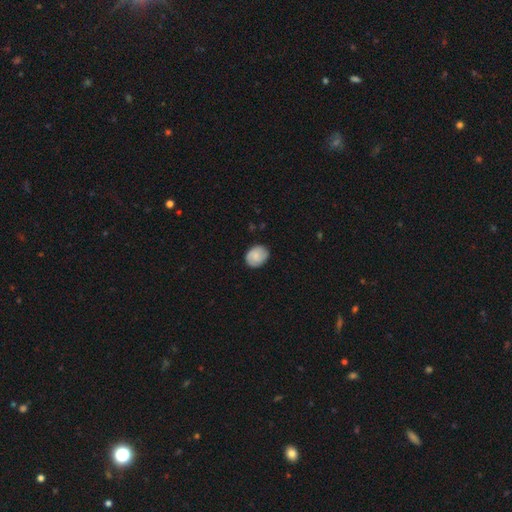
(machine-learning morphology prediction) Smooth or featured? smooth (65%)
How rounded? round (55%)
Merging? none (82%)